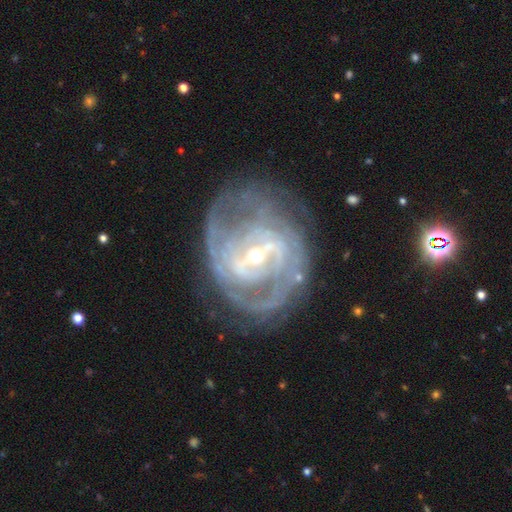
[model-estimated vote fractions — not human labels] A featured or disk galaxy (88%) with a strong bar (41%, tied with weak), 2 (35%) tight (60%) spiral arms (91%) and a small central bulge (63%).

Vote fractions:
- Smooth or featured? featured or disk: 88% / smooth: 6% / star or artifact: 6%
- Edge-on disk? no: 96% / yes: 4%
- Bar? strong: 41% (tied) / weak: 41% (tied) / no: 18%
- Spiral arms? yes: 91% / no: 9%
- Spiral winding? tight: 60% / medium: 31% / loose: 8%
- Spiral arm count? 2: 35% / can't tell: 34% / 3: 14% / 4: 8% / 1: 5% / more than 4: 5%
- Bulge size? small: 63% / moderate: 33% / large: 2% / none: 1% / dominant: 1%
- Merging? none: 66% / minor disturbance: 18% / major disturbance: 14% / merger: 2%